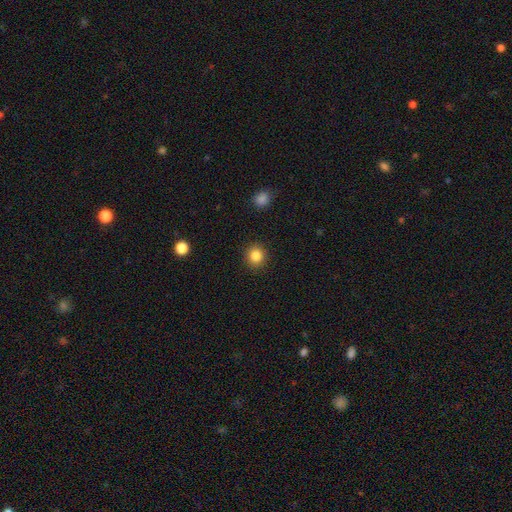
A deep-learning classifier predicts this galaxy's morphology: Overall: smooth (85%). How rounded: round (89%). Merging: none (91%).